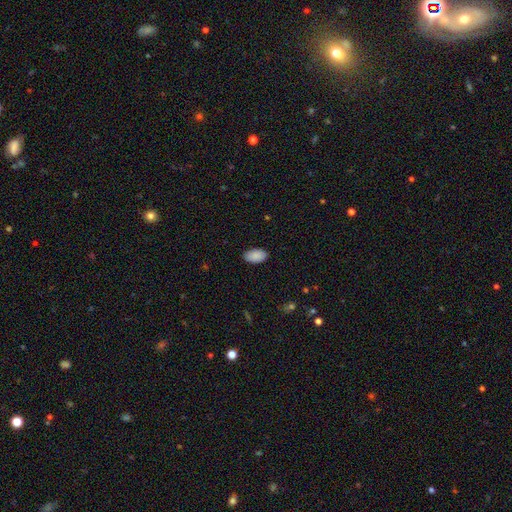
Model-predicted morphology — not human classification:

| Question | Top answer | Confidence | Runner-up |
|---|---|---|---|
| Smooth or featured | smooth | 90% | star or artifact (7%) |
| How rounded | in between | 95% | round (3%) |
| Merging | none | 89% | minor disturbance (8%) |